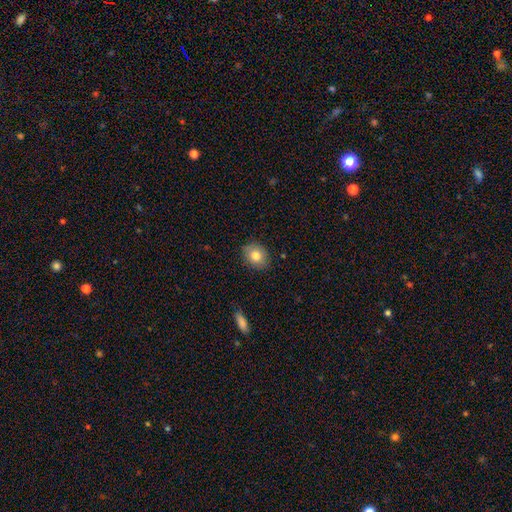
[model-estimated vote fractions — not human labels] Q: Smooth or featured?
A: smooth (81%); runner-up: featured or disk (11%)
Q: How rounded?
A: in between (50%); runner-up: round (49%)
Q: Merging?
A: none (87%); runner-up: minor disturbance (10%)